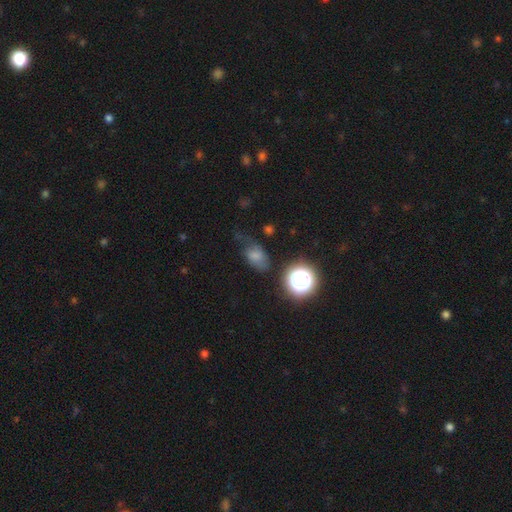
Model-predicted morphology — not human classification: type=smooth (55%); roundness=in between (66%); merging=none (52%).